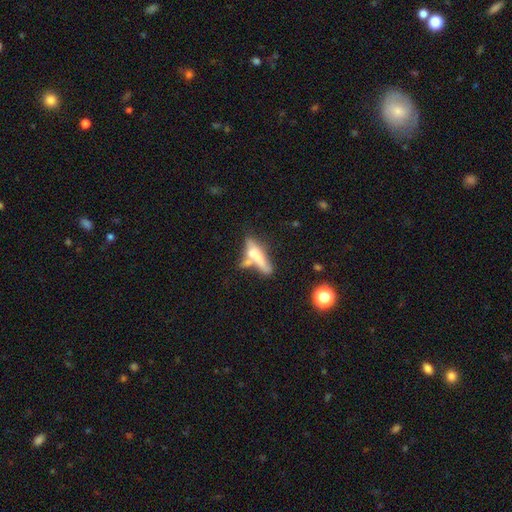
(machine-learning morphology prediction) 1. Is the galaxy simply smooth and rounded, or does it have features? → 53% smooth, 39% featured or disk, 8% star or artifact.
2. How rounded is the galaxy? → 73% cigar-shaped, 24% in between, 3% round.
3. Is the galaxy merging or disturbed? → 38% merger, 34% none, 16% minor disturbance, 12% major disturbance.